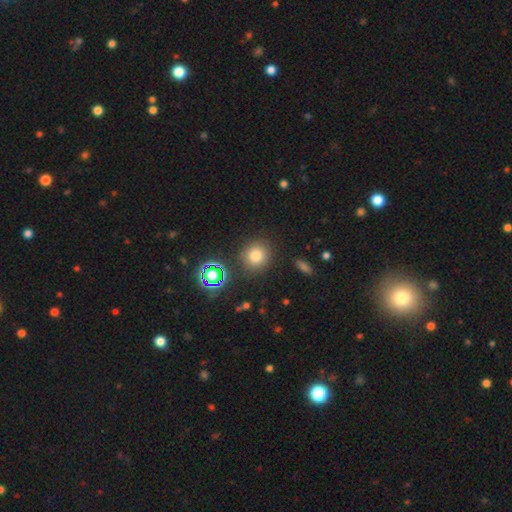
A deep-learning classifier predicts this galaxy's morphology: Smooth or featured?
  - smooth: 75% *
  - star or artifact: 17%
  - featured or disk: 8%
How rounded?
  - round: 88% *
  - in between: 11%
  - cigar-shaped: 1%
Merging?
  - none: 87% *
  - minor disturbance: 8%
  - merger: 3%
  - major disturbance: 3%